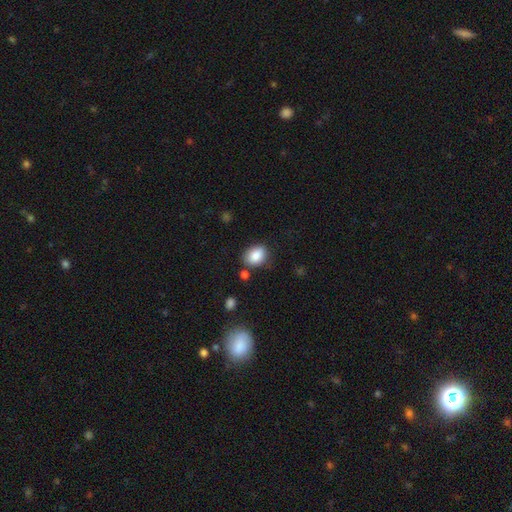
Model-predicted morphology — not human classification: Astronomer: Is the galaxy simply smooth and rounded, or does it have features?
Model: smooth — 86%.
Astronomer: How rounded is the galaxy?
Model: in between — 71%.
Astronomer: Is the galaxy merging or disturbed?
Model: none — 74%.